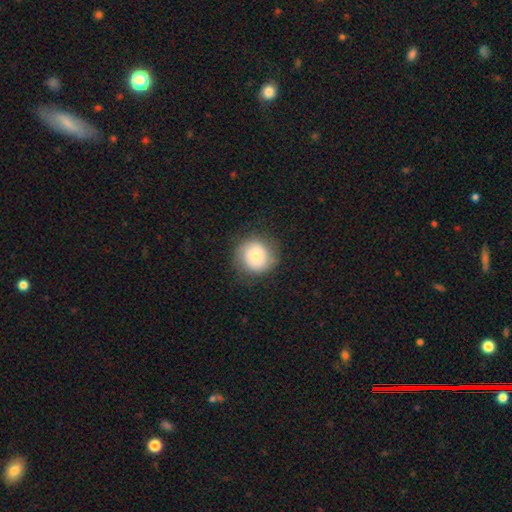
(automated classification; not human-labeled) A smooth galaxy with no disk features (71%) that is round (90%).

Vote fractions:
- Smooth or featured? smooth: 71% / featured or disk: 21% / star or artifact: 8%
- How rounded? round: 90% / in between: 9% / cigar-shaped: 1%
- Merging? none: 79% / minor disturbance: 15% / major disturbance: 6% / merger: 1%